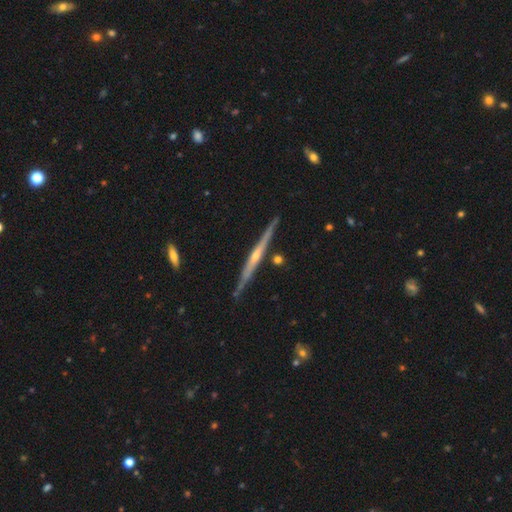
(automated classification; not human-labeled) Smooth or featured? featured or disk (78%)
Edge-on disk? yes (98%)
Edge-on bulge? rounded (67%)
Merging? none (84%)